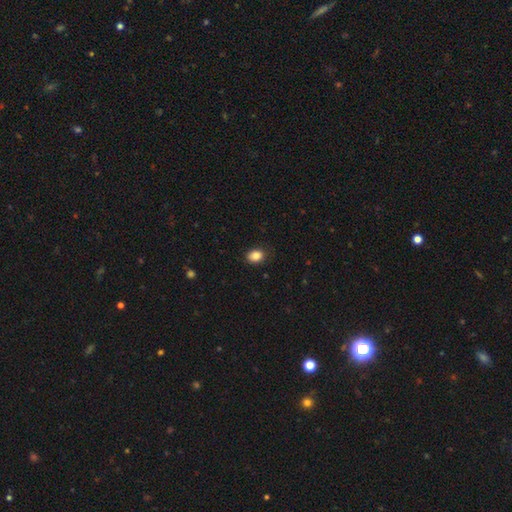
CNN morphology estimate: This appears to be a smooth galaxy with no disk features (87%) that is in between round and cigar-shaped (65%). Merging: none (86%).